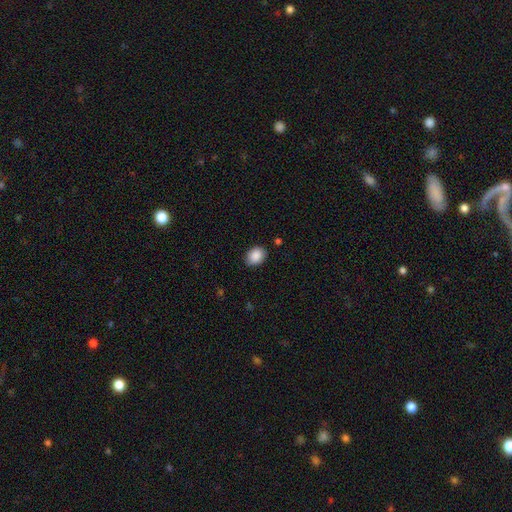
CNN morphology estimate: A smooth galaxy with no disk features (89%) that is in between round and cigar-shaped (63%). Merging: none (86%).